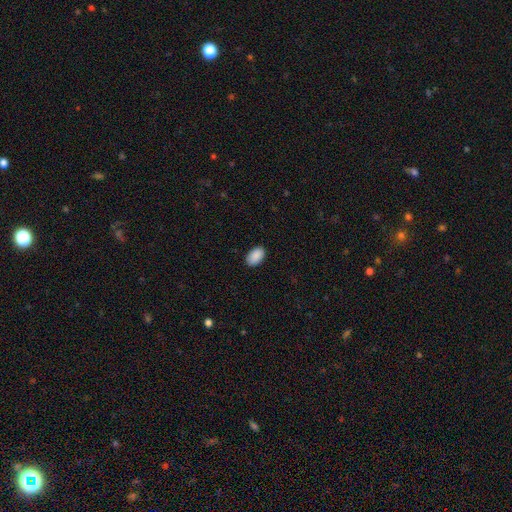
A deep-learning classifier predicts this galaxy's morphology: This appears to be a smooth galaxy with no disk features (91%) that is in between round and cigar-shaped (93%). Merging: none (89%).